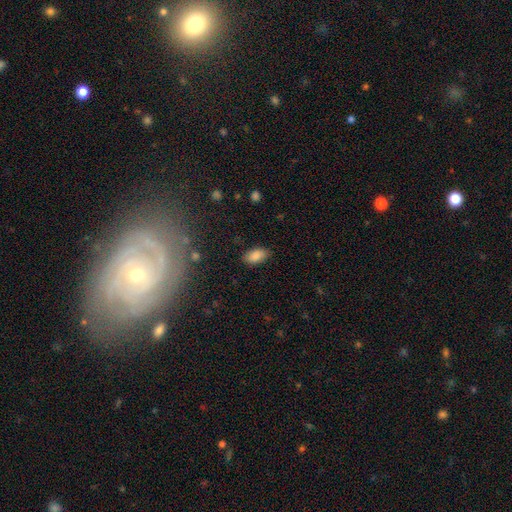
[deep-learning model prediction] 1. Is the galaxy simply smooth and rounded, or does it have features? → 86% smooth, 8% star or artifact, 6% featured or disk.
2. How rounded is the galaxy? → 93% in between, 4% round, 3% cigar-shaped.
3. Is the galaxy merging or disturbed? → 85% none, 11% minor disturbance, 3% major disturbance, 1% merger.